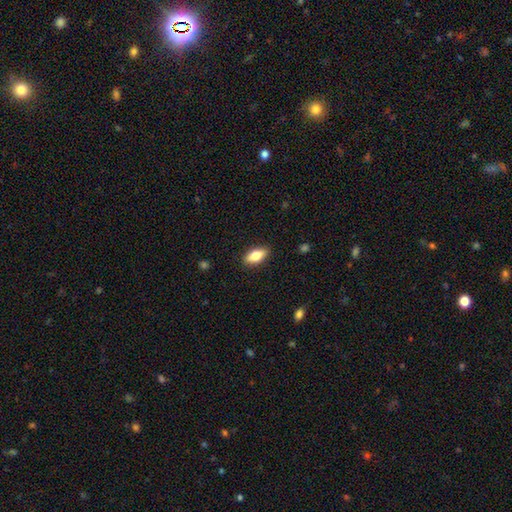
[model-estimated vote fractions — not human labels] This appears to be a smooth galaxy with no disk features (77%) that is in between round and cigar-shaped (84%). Merging: none (88%).